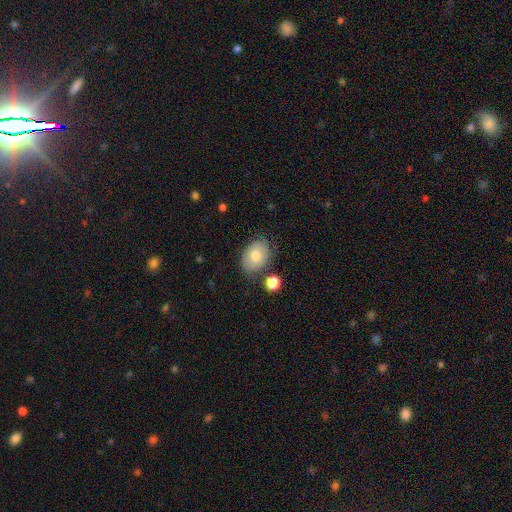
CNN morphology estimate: Smooth or featured? smooth (75%)
How rounded? in between (77%)
Merging? none (73%)